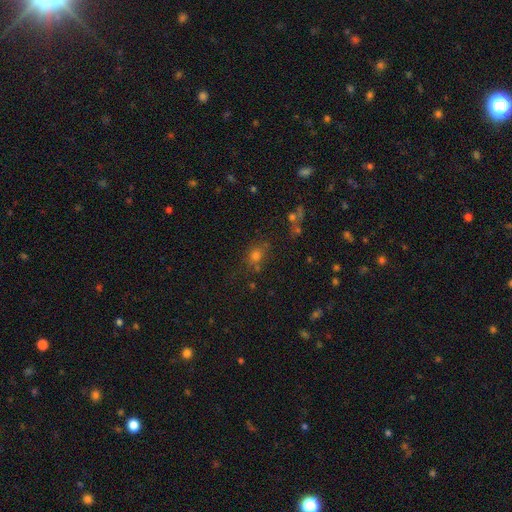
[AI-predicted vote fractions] Smooth or featured: smooth — 62% (star or artifact — 28%)
How rounded: round — 67% (in between — 31%)
Merging: none — 69% (minor disturbance — 15%)